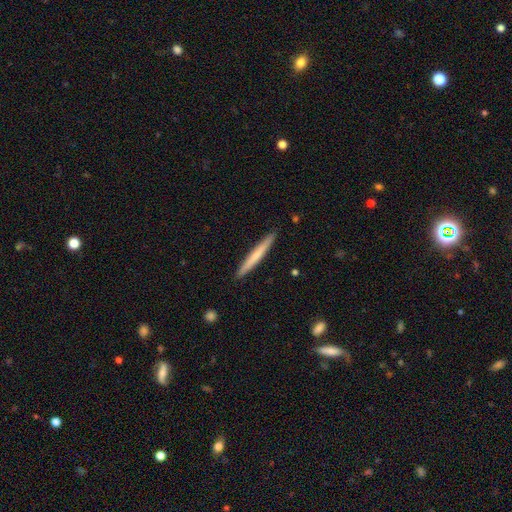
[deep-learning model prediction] Smooth or featured? Predicted: smooth (p=0.61). How rounded? Predicted: cigar-shaped (p=0.97). Merging? Predicted: none (p=0.92).